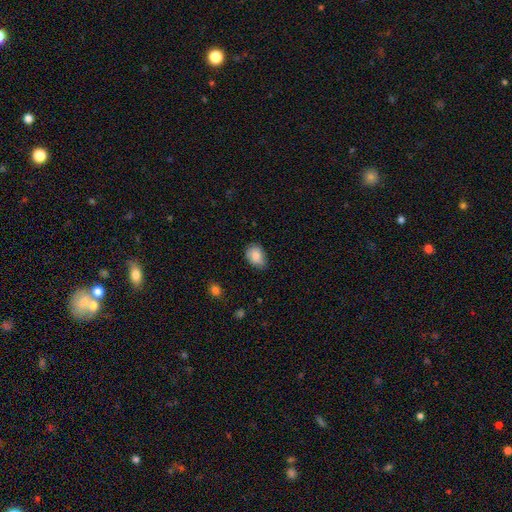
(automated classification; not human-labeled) Morphology: type=smooth (84%); roundness=in between (72%); merging=none (69%).